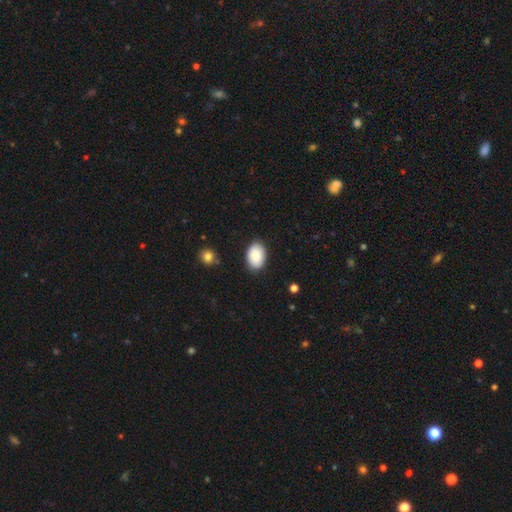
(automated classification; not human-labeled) A smooth galaxy with no disk features (85%) that is in between round and cigar-shaped (88%).

Vote fractions:
- Smooth or featured? smooth: 85% / featured or disk: 9% / star or artifact: 6%
- How rounded? in between: 88% / round: 11% / cigar-shaped: 1%
- Merging? none: 86% / minor disturbance: 11% / major disturbance: 2% / merger: 1%